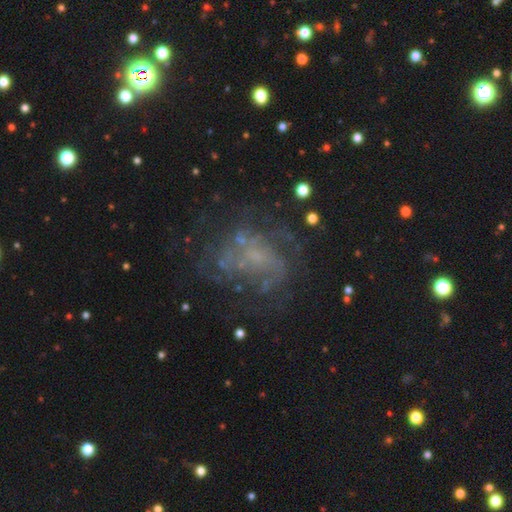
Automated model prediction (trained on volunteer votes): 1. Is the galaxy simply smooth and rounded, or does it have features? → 63% featured or disk, 19% star or artifact, 18% smooth.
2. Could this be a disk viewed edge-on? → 98% no, 2% yes.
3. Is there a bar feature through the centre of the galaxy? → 77% no, 18% weak, 5% strong.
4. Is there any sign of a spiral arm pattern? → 51% yes, 49% no.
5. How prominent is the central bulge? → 58% none, 27% small, 11% moderate, 3% large, 1% dominant.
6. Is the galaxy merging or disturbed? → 51% none, 26% major disturbance, 17% minor disturbance, 5% merger.